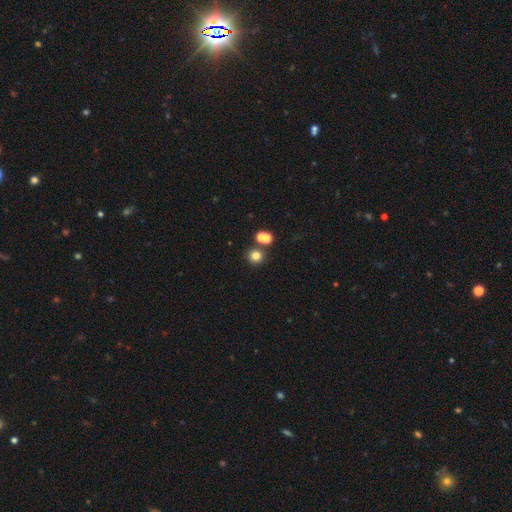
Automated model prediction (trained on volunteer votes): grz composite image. It shows a smooth galaxy with no disk features (77%) that is round (91%). Merging: none (70%).